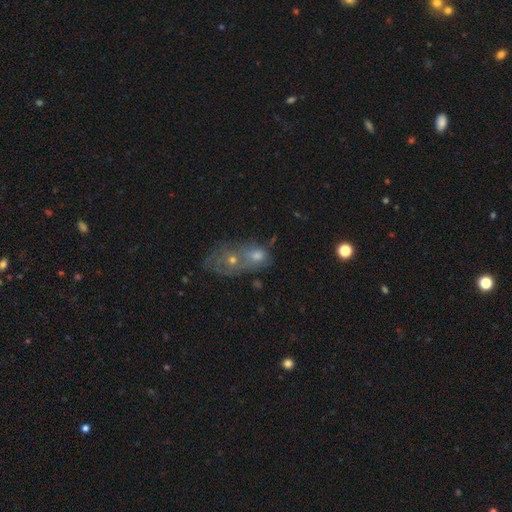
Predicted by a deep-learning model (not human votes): Smooth or featured: smooth — 41% (featured or disk — 40%)
Merging: merger — 60% (none — 24%)